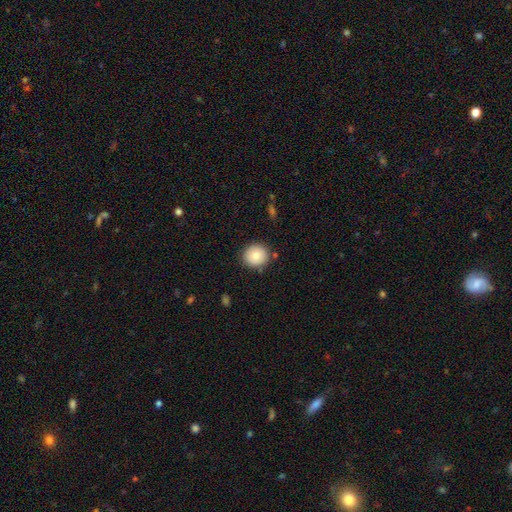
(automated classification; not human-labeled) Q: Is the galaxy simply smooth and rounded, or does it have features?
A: smooth — 82%.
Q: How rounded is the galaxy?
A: round — 89%.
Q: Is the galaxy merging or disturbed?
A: none — 86%.